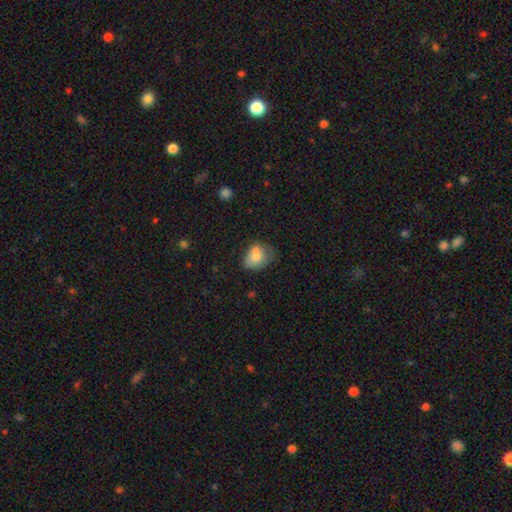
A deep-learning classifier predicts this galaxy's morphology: A smooth galaxy with no disk features (76%) that is in between round and cigar-shaped (63%).

Vote fractions:
- Smooth or featured? smooth: 76% / featured or disk: 14% / star or artifact: 9%
- How rounded? in between: 63% / round: 36% / cigar-shaped: 1%
- Merging? none: 40% / minor disturbance: 32% / merger: 15% / major disturbance: 12%